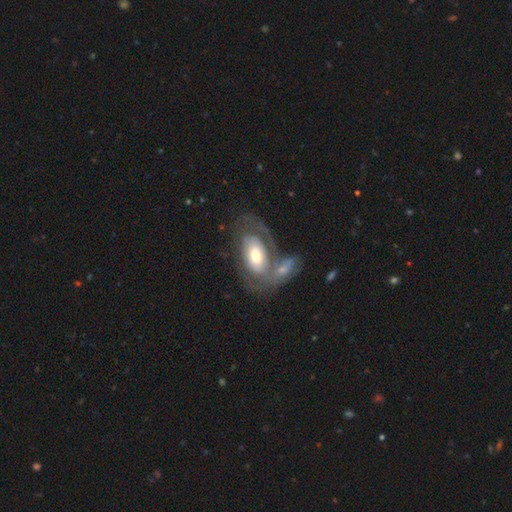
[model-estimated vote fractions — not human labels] Q: Smooth or featured?
A: featured or disk (64%); runner-up: smooth (30%)
Q: Edge-on disk?
A: no (93%); runner-up: yes (7%)
Q: Bar?
A: no (65%); runner-up: weak (26%)
Q: Spiral arms?
A: yes (73%); runner-up: no (27%)
Q: Bulge size?
A: moderate (58%); runner-up: large (24%)
Q: Merging?
A: merger (35%); runner-up: none (33%)